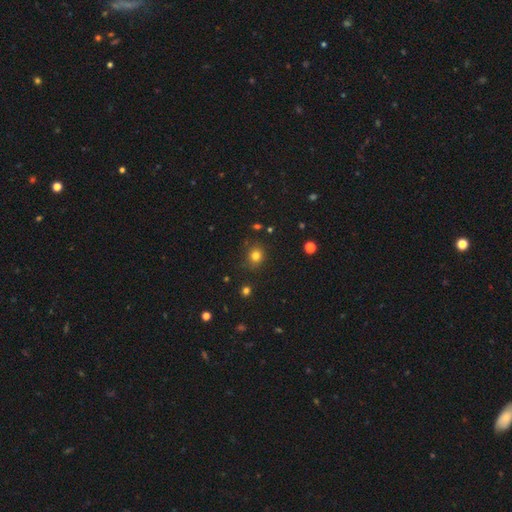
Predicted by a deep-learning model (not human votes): Overall: smooth (79%). How rounded: round (82%). Merging: none (81%).